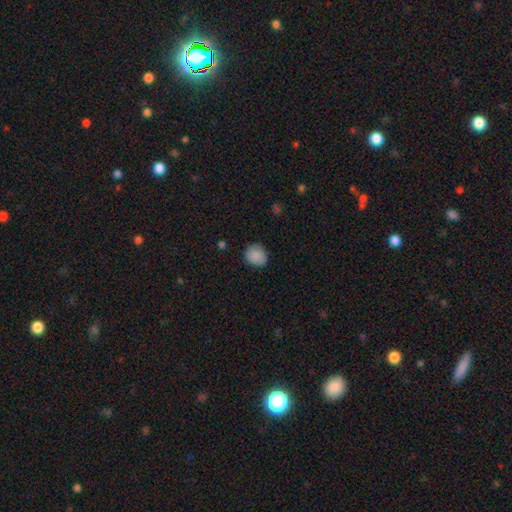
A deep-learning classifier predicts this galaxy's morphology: This is clearly a smooth galaxy (87%). How rounded: likely round (73%). Merging: likely none (78%).